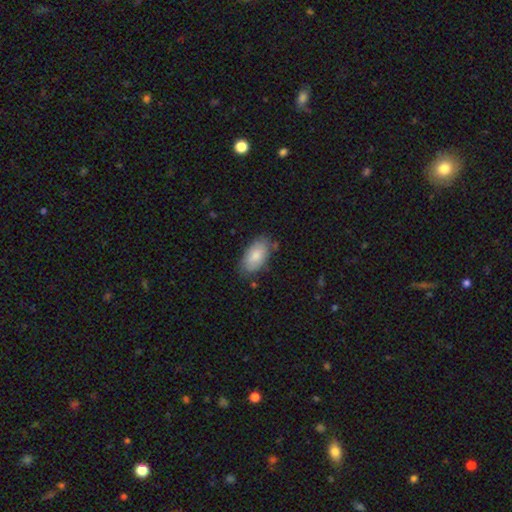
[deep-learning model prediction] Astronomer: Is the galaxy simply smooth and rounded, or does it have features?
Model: smooth — 82%.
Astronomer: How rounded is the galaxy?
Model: in between — 94%.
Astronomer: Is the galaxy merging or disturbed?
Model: none — 73%.